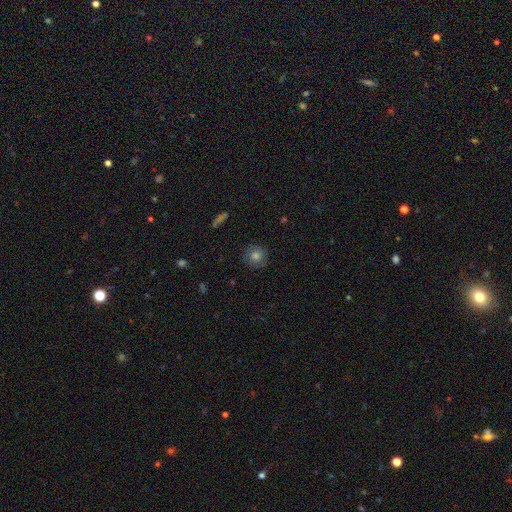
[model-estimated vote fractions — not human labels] smooth-or-featured: smooth: 65% | featured or disk: 21% | star or artifact: 14%
  how-rounded: round: 92% | in between: 7% | cigar-shaped: 1%
  merging: none: 86% | minor disturbance: 10% | major disturbance: 3% | merger: 1%